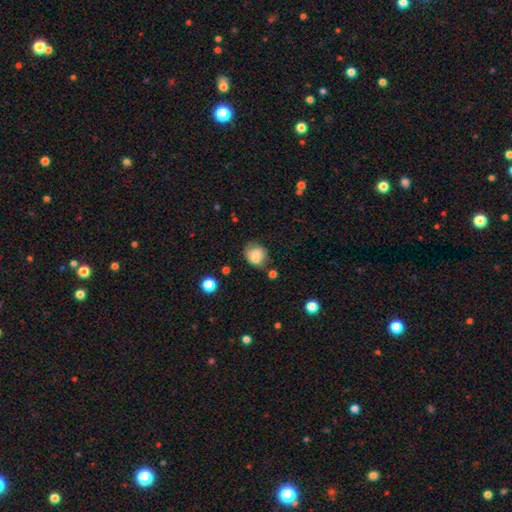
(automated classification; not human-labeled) Smooth or featured: smooth — 71% (featured or disk — 18%)
How rounded: round — 63% (in between — 36%)
Merging: none — 48% (minor disturbance — 26%)